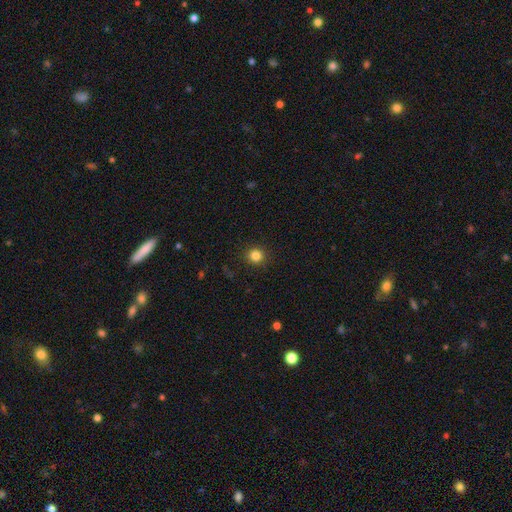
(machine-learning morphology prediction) Smooth or featured?
  - smooth: 83% *
  - star or artifact: 12%
  - featured or disk: 5%
How rounded?
  - round: 92% *
  - in between: 7%
  - cigar-shaped: 1%
Merging?
  - none: 91% *
  - minor disturbance: 6%
  - major disturbance: 2%
  - merger: 1%